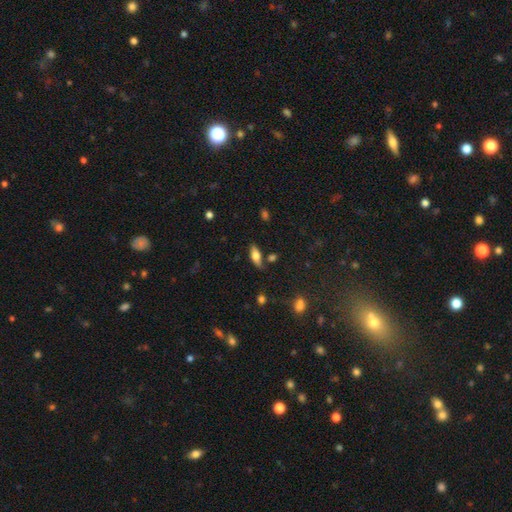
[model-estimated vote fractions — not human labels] Smooth or featured: smooth — 65% (featured or disk — 28%)
How rounded: in between — 75% (cigar-shaped — 22%)
Merging: none — 72% (minor disturbance — 17%)